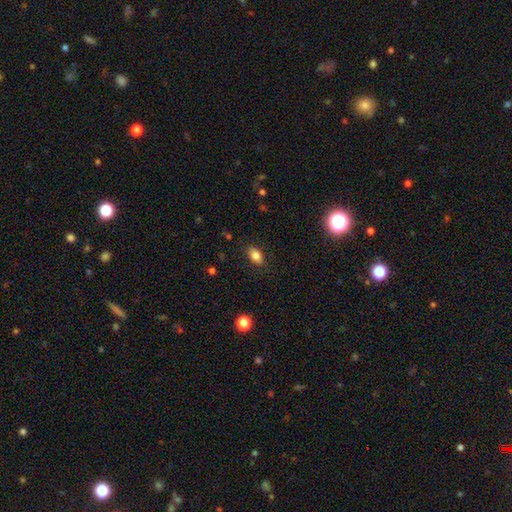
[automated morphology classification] type=smooth (81%); roundness=in between (87%); merging=none (85%).